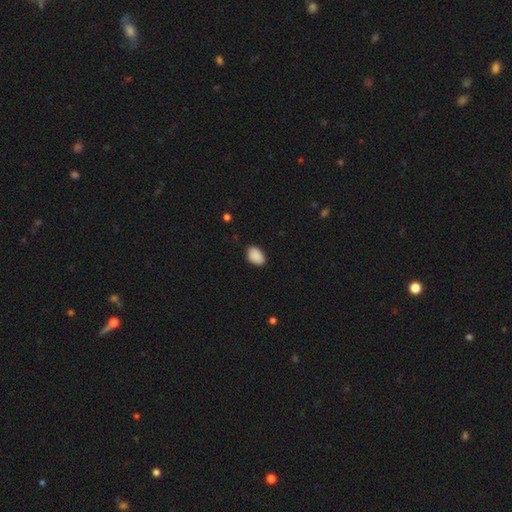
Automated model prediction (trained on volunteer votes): smooth-or-featured: smooth: 90% | star or artifact: 7% | featured or disk: 3%
  how-rounded: in between: 91% | round: 8% | cigar-shaped: 1%
  merging: none: 86% | minor disturbance: 11% | major disturbance: 2% | merger: 1%